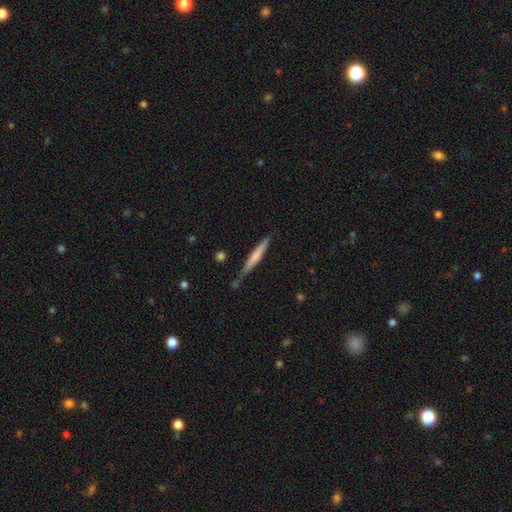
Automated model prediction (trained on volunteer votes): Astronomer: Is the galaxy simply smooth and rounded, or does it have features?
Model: smooth — 62%.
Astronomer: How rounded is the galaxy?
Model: cigar-shaped — 95%.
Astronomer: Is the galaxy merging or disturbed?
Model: none — 74%.